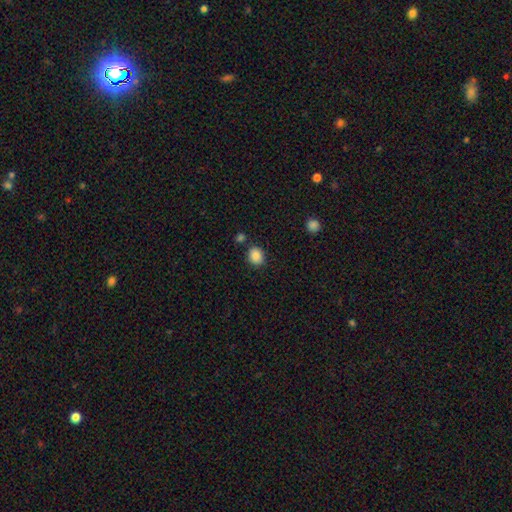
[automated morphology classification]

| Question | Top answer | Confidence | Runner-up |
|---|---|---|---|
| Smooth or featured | smooth | 87% | star or artifact (9%) |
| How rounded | round | 62% | in between (37%) |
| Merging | none | 82% | minor disturbance (10%) |